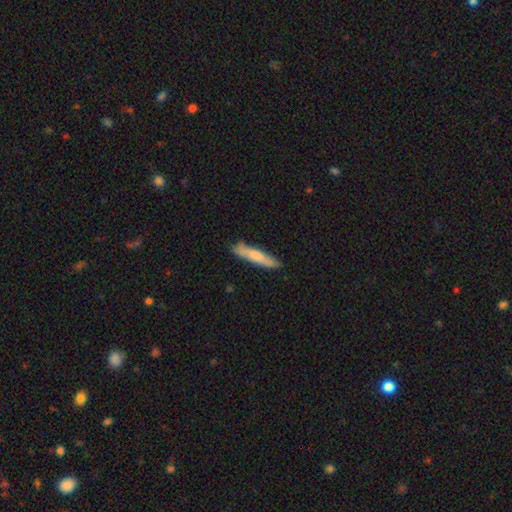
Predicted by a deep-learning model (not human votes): Q: Smooth or featured?
A: smooth (69%); runner-up: featured or disk (26%)
Q: How rounded?
A: cigar-shaped (89%); runner-up: in between (10%)
Q: Merging?
A: none (82%); runner-up: minor disturbance (15%)